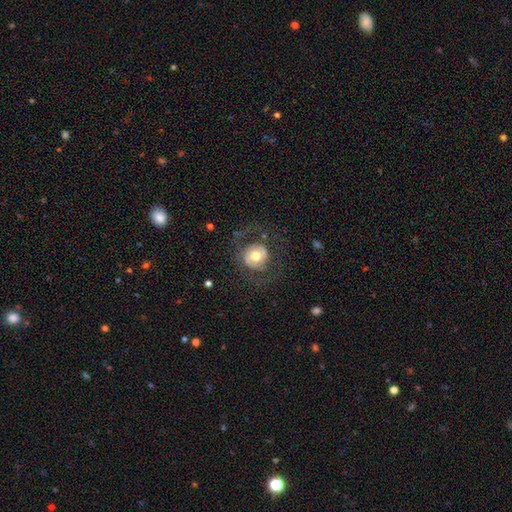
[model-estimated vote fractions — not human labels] Smooth or featured?
  - featured or disk: 52% *
  - smooth: 40%
  - star or artifact: 7%
Edge-on disk?
  - no: 96% *
  - yes: 4%
Bar?
  - no: 72% *
  - weak: 21%
  - strong: 7%
Spiral arms?
  - yes: 51% *
  - no: 49%
Bulge size?
  - moderate: 68% *
  - large: 22%
  - small: 6%
  - dominant: 2%
  - none: 1%
Merging?
  - none: 66% *
  - major disturbance: 19%
  - minor disturbance: 13%
  - merger: 1%